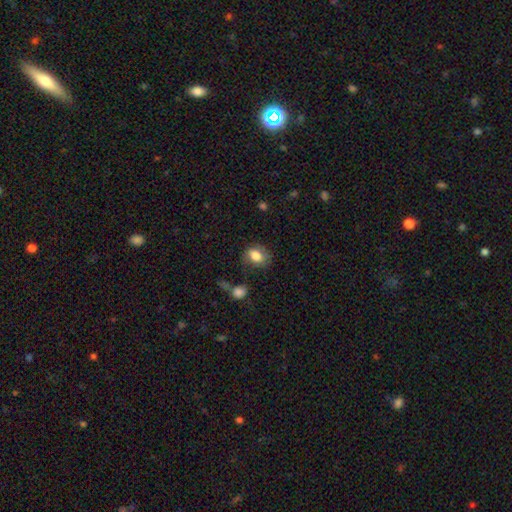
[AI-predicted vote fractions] smooth 79%, featured or disk 12%, star or artifact 8%. Down the decision tree: how rounded — in between (59%); merging — none (67%).